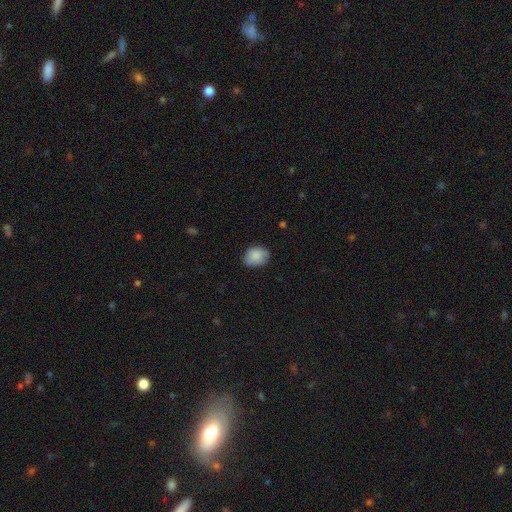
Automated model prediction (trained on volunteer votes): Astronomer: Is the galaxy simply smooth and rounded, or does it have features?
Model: smooth — 87%.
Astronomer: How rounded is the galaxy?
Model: in between — 61% (runner-up: round, 38%).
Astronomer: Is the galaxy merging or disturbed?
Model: none — 75%.